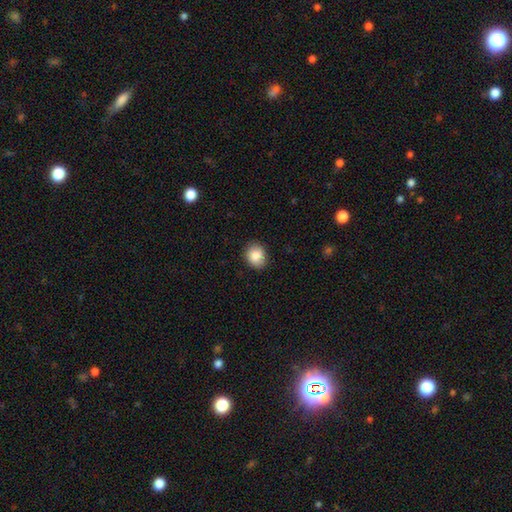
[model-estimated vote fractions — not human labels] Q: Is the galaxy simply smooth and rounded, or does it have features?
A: smooth — 87%.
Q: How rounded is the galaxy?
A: round — 62%.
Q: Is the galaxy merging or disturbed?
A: none — 85%.